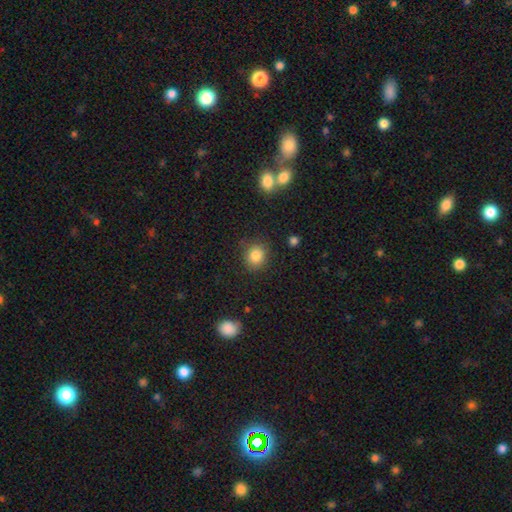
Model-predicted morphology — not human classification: This appears to be a smooth galaxy with no disk features (83%) that is round (78%). Merging: none (85%).